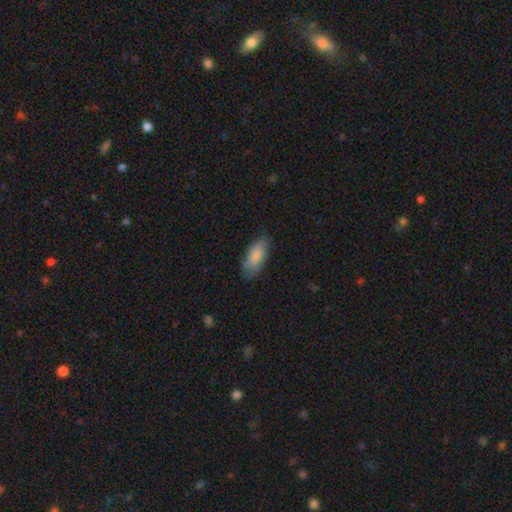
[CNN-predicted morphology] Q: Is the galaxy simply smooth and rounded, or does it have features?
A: smooth — 82%.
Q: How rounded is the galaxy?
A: in between — 87%.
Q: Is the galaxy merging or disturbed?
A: none — 72%.